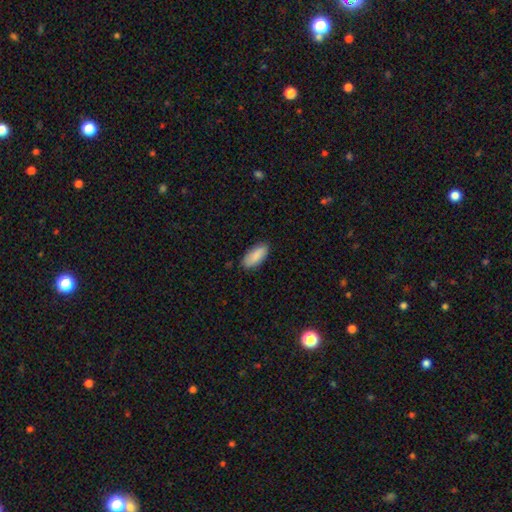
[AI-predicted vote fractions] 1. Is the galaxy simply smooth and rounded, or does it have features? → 88% smooth, 6% featured or disk, 6% star or artifact.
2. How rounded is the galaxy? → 86% in between, 12% cigar-shaped, 2% round.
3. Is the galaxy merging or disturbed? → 86% none, 11% minor disturbance, 2% major disturbance, 1% merger.